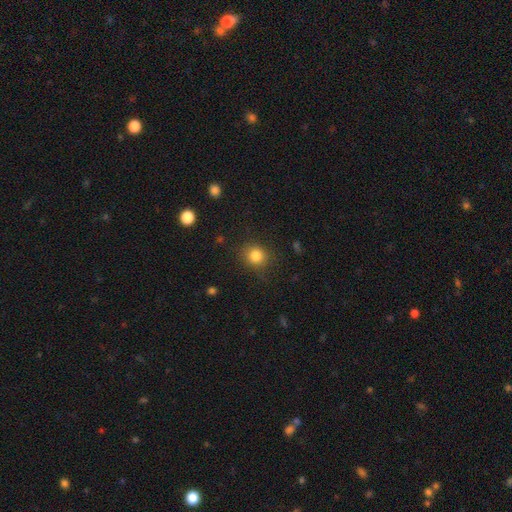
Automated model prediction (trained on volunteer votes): A smooth galaxy with no disk features (82%) that is round (80%). Merging: none (83%).